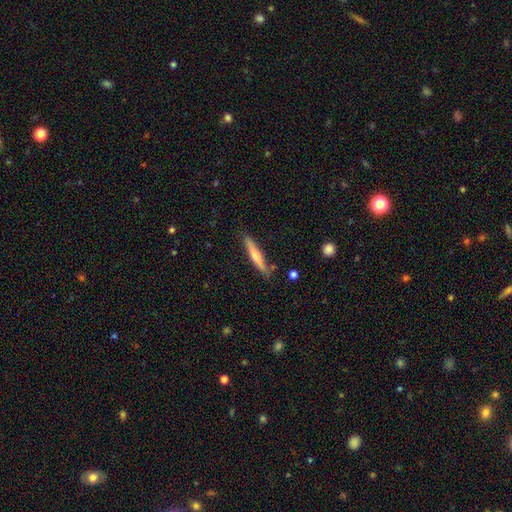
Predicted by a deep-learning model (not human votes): smooth 63%, featured or disk 32%, star or artifact 6%. Down the decision tree: how rounded — cigar-shaped (92%); merging — none (81%).